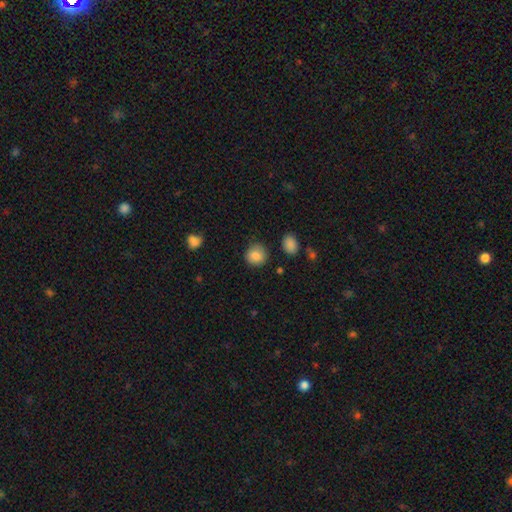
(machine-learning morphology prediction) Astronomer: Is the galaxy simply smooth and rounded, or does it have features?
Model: smooth — 86%.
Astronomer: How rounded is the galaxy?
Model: round — 87%.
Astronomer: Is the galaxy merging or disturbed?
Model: none — 81%.